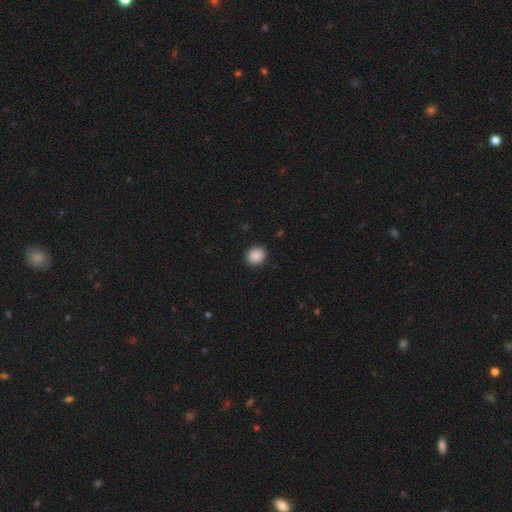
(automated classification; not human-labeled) This is clearly a smooth galaxy (89%). How rounded: likely round (72%). Merging: clearly none (90%).